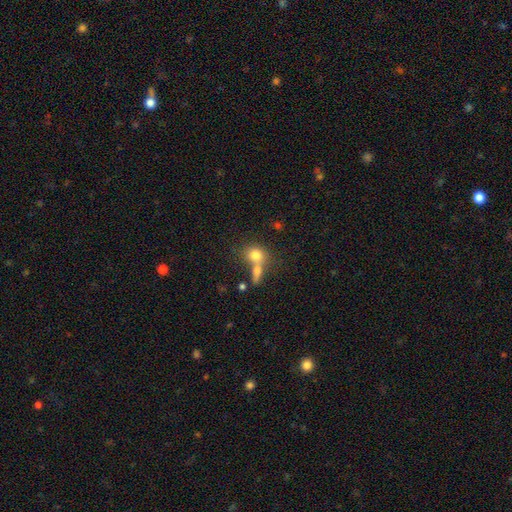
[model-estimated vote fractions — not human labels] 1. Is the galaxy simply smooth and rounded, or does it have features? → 75% smooth, 14% featured or disk, 11% star or artifact.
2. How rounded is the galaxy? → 68% round, 29% in between, 3% cigar-shaped.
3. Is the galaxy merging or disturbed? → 51% merger, 36% none, 8% minor disturbance, 5% major disturbance.